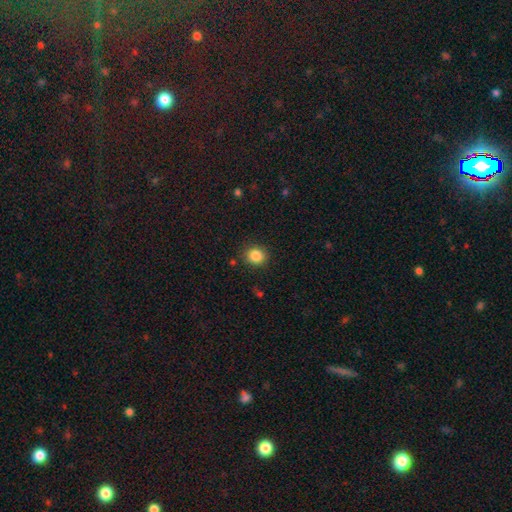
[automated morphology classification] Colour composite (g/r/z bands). It shows a smooth galaxy with no disk features (85%) that is round (82%). Merging: none (87%).